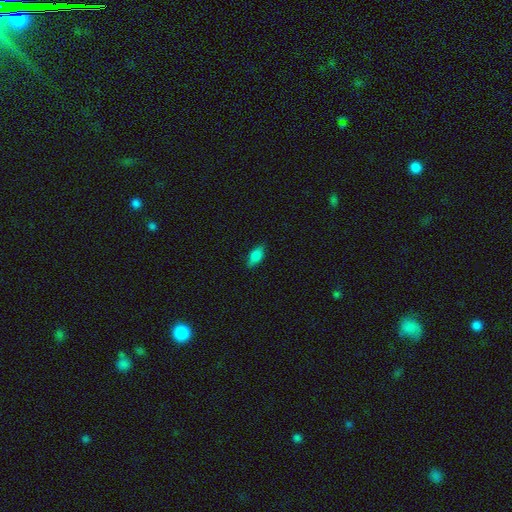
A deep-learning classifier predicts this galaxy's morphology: smooth 79%, featured or disk 13%, star or artifact 8%. Down the decision tree: how rounded — in between (84%); merging — none (84%).